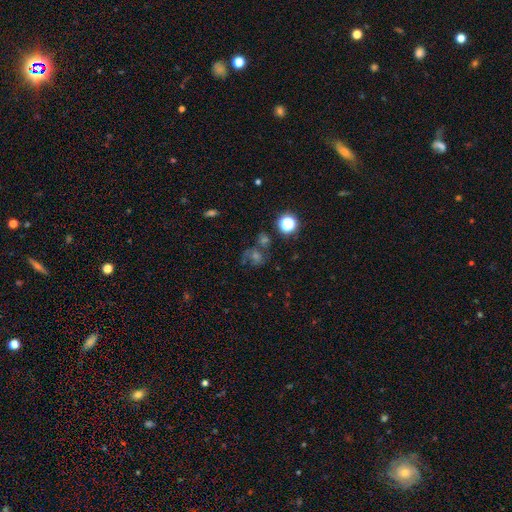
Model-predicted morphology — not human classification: Smooth or featured: star or artifact — 37% (featured or disk — 36%)